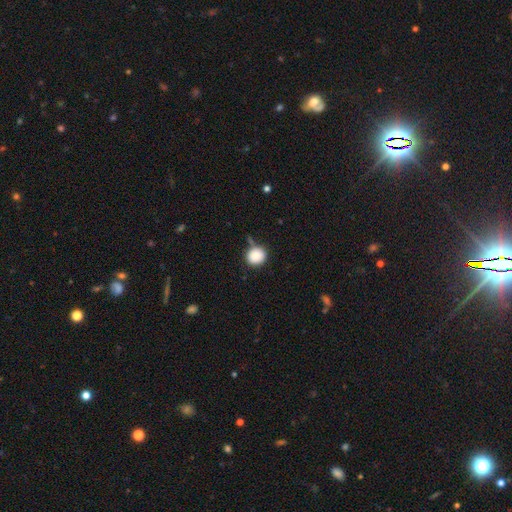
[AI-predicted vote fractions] Smooth or featured? smooth (88%)
How rounded? round (82%)
Merging? none (73%)